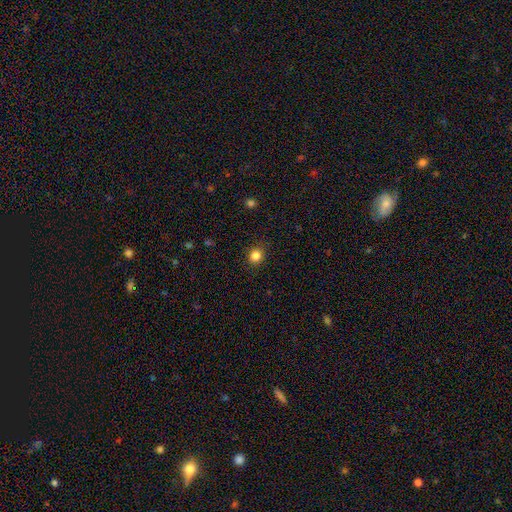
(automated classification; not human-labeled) The model was most divided on "how rounded": round: 82%, in between: 18%, cigar-shaped: 1%. More confident: merging — none (88%); smooth or featured — smooth (84%).